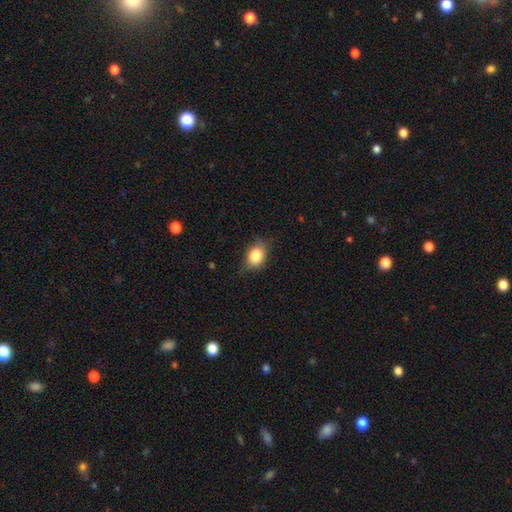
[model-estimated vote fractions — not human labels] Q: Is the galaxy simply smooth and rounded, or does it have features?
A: smooth — 83%.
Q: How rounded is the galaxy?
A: in between — 68%.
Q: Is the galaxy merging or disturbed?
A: none — 68%.